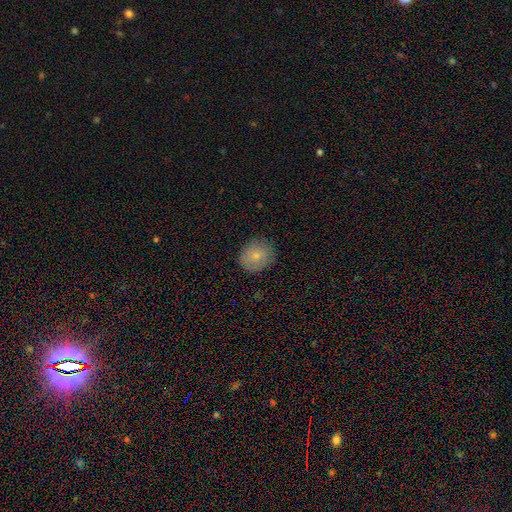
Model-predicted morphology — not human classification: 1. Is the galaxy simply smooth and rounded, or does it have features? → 77% smooth, 14% featured or disk, 9% star or artifact.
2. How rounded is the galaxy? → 73% round, 26% in between, 1% cigar-shaped.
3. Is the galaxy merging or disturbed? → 84% none, 12% minor disturbance, 3% major disturbance, 1% merger.